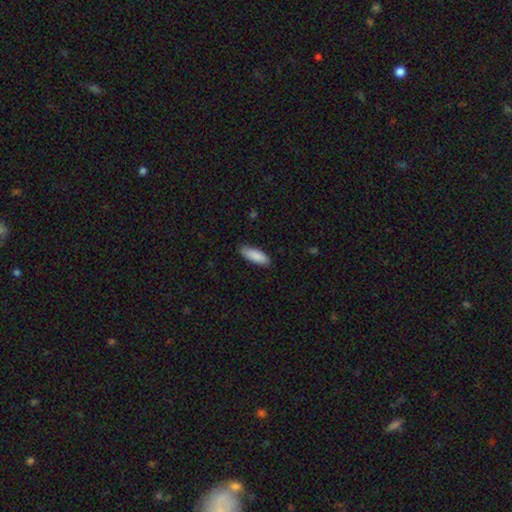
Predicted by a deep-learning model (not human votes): Overall: smooth (89%). How rounded: in between (63%; cigar-shaped 36%). Merging: none (86%).